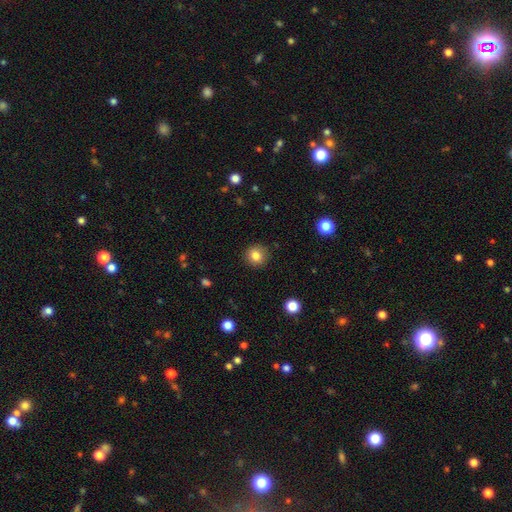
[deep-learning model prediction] The model was most divided on "smooth or featured": smooth: 83%, star or artifact: 11%, featured or disk: 7%. More confident: merging — none (90%); how rounded — round (90%).